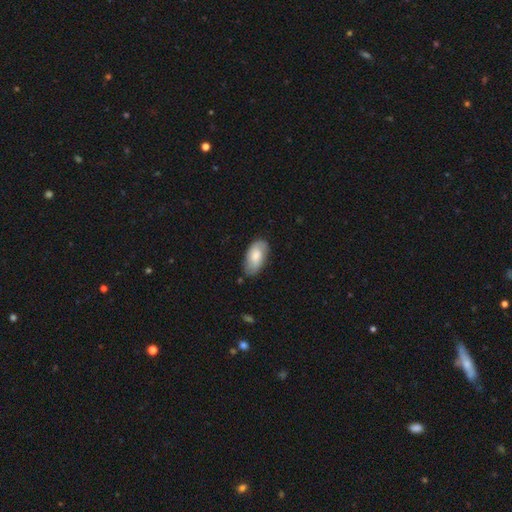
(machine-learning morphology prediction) This appears to be a smooth galaxy with no disk features (70%) that is in between round and cigar-shaped (94%). Merging: none (74%).